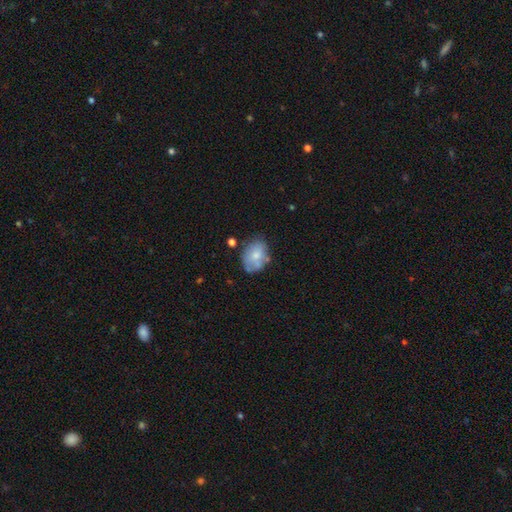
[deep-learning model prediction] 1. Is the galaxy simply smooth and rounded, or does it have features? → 66% smooth, 26% featured or disk, 8% star or artifact.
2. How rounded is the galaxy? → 69% in between, 30% round, 1% cigar-shaped.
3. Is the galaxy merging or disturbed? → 56% none, 26% minor disturbance, 9% merger, 9% major disturbance.